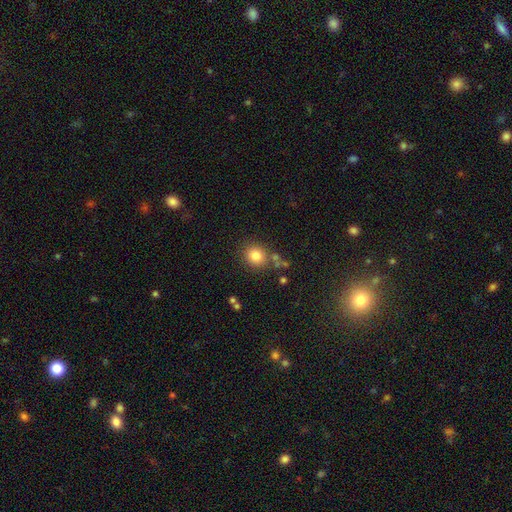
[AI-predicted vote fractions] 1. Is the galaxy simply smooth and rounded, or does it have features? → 81% smooth, 11% star or artifact, 7% featured or disk.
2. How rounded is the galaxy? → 82% round, 17% in between, 1% cigar-shaped.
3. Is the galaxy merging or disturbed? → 77% none, 11% minor disturbance, 8% merger, 4% major disturbance.